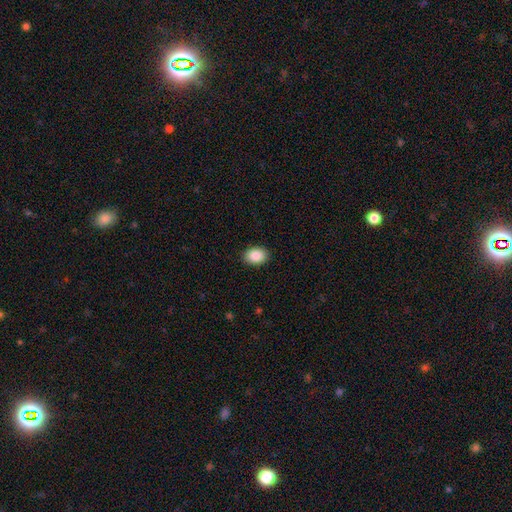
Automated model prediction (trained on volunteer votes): smooth-or-featured: smooth: 89% | star or artifact: 7% | featured or disk: 4%
  how-rounded: in between: 75% | round: 24% | cigar-shaped: 1%
  merging: none: 90% | minor disturbance: 7% | major disturbance: 2% | merger: 1%